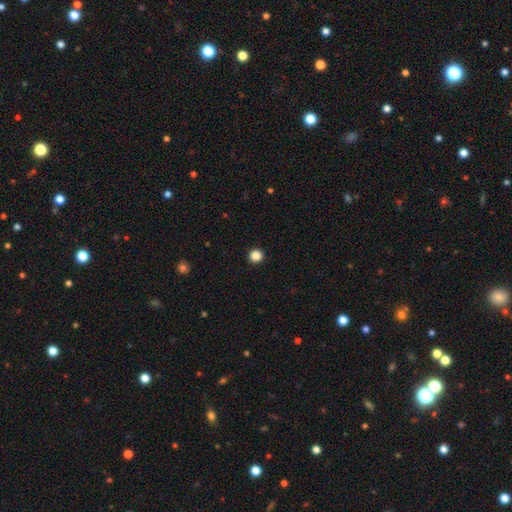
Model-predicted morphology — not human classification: Smooth or featured? Predicted: smooth (p=0.85). How rounded? Predicted: round (p=0.96). Merging? Predicted: none (p=0.94).